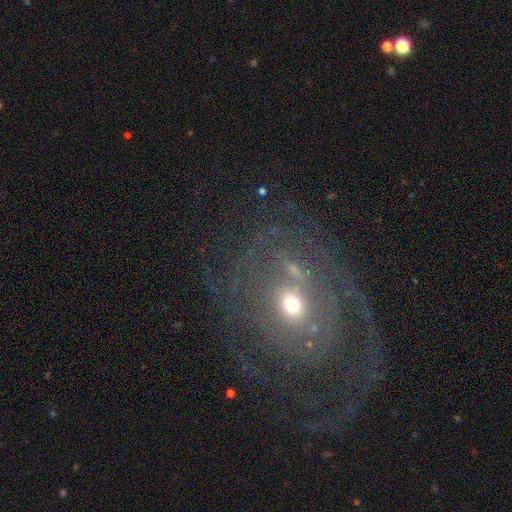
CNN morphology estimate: Q: Smooth or featured?
A: featured or disk (77%); runner-up: smooth (12%)
Q: Edge-on disk?
A: no (96%); runner-up: yes (4%)
Q: Bar?
A: no (67%); runner-up: weak (24%)
Q: Spiral arms?
A: yes (80%); runner-up: no (20%)
Q: Spiral winding?
A: tight (57%); runner-up: medium (30%)
Q: Spiral arm count?
A: can't tell (39%); runner-up: 2 (27%)
Q: Bulge size?
A: small (52%); runner-up: moderate (42%)
Q: Merging?
A: none (51%); runner-up: major disturbance (21%)